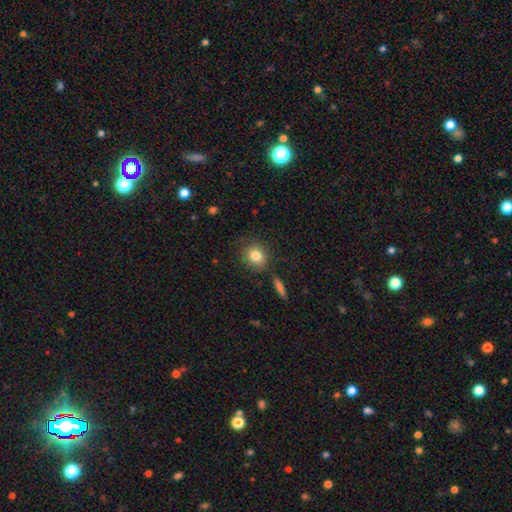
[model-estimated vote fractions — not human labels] This appears to be a smooth galaxy with no disk features (83%) that is round (74%). Merging: none (81%).